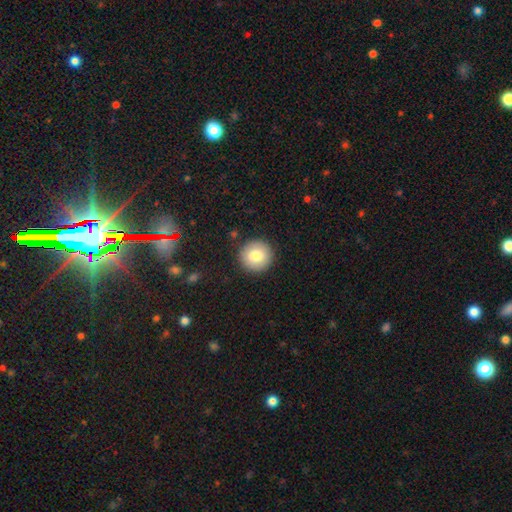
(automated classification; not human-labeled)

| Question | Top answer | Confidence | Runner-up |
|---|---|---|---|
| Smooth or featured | smooth | 81% | featured or disk (11%) |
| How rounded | round | 95% | in between (4%) |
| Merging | none | 91% | minor disturbance (6%) |